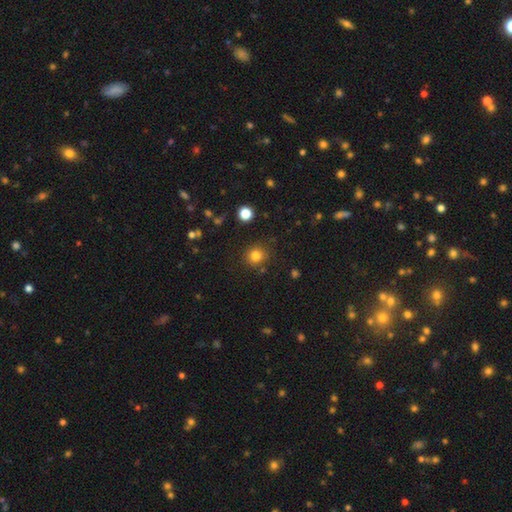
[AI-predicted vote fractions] smooth_or_featured: smooth (p=0.81) [alt: star or artifact p=0.13]
how_rounded: round (p=0.89) [alt: in between p=0.10]
merging: none (p=0.85) [alt: minor disturbance p=0.09]